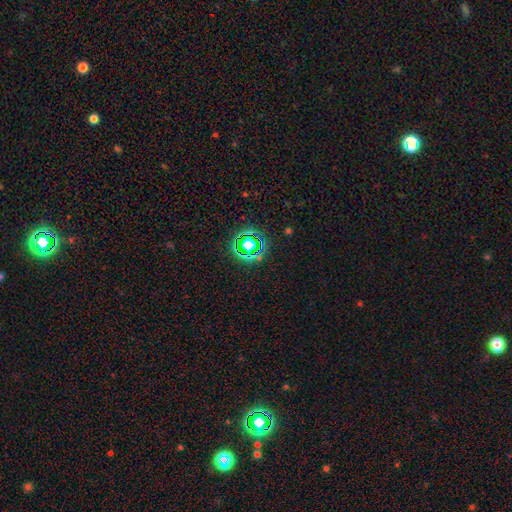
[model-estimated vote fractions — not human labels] The model was most divided on "smooth or featured": star or artifact: 73%, smooth: 18%, featured or disk: 9%.